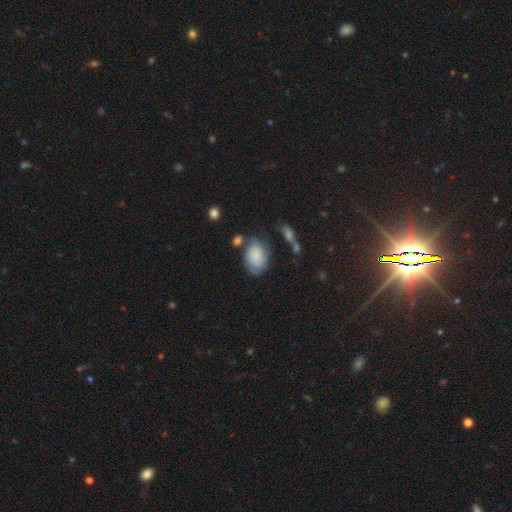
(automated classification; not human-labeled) Q: Smooth or featured?
A: smooth (68%); runner-up: featured or disk (24%)
Q: How rounded?
A: in between (82%); runner-up: round (17%)
Q: Merging?
A: none (51%); runner-up: minor disturbance (27%)